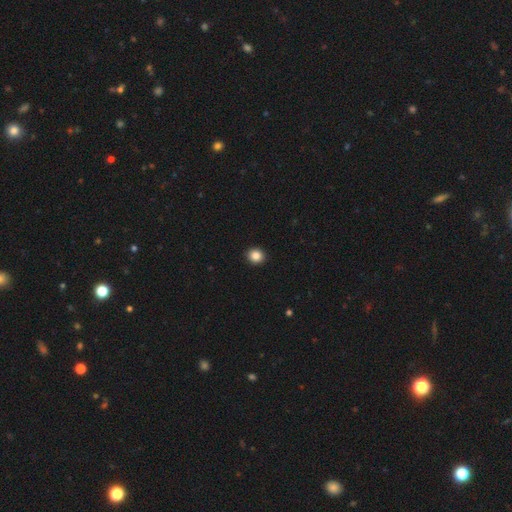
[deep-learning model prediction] Morphology: type=smooth (86%); roundness=round (83%); merging=none (93%).